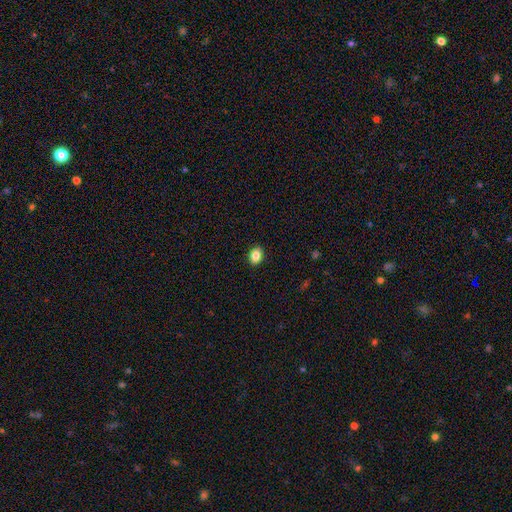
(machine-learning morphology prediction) Smooth or featured?
  - smooth: 86% *
  - star or artifact: 9%
  - featured or disk: 5%
How rounded?
  - in between: 66% *
  - round: 33%
  - cigar-shaped: 1%
Merging?
  - none: 91% *
  - minor disturbance: 7%
  - major disturbance: 2%
  - merger: 1%